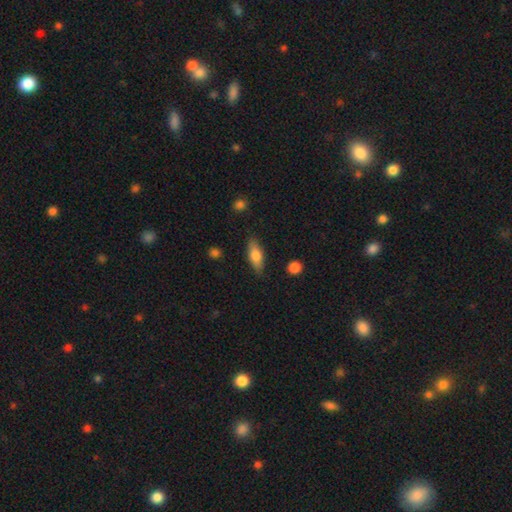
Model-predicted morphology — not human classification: Smooth or featured? Predicted: smooth (p=0.69). How rounded? Predicted: in between (p=0.68). Merging? Predicted: none (p=0.84).